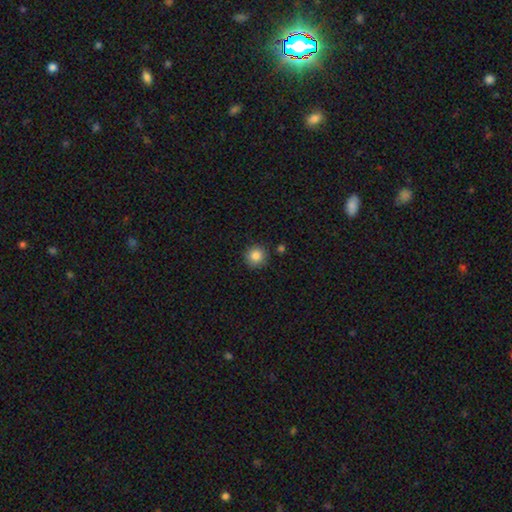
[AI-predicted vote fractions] The model was most divided on "smooth or featured": smooth: 85%, star or artifact: 10%, featured or disk: 5%. More confident: how rounded — round (94%); merging — none (86%).